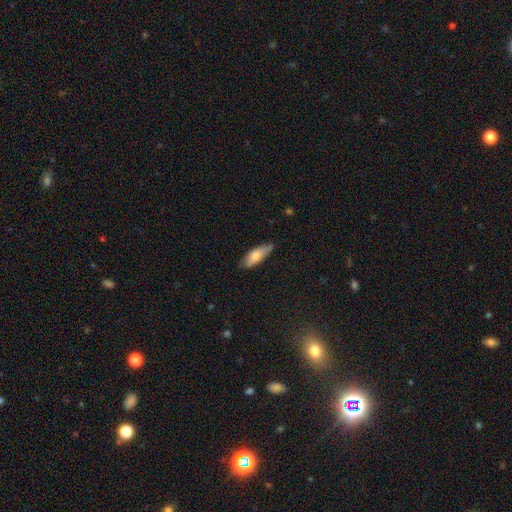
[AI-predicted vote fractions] This appears to be a smooth galaxy with no disk features (74%) that is in between round and cigar-shaped (56%). Merging: none (74%).